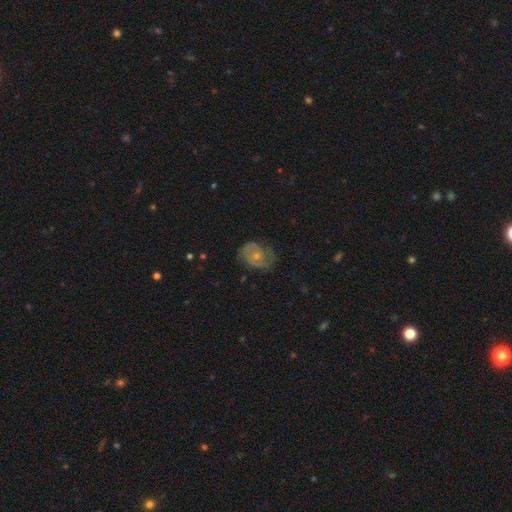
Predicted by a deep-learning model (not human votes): This appears to be a featured or disk galaxy (65%) with no bar (74%), 2 (66%) medium (41%, tied with tight) spiral arms (84%) and a small central bulge (58%). Merging: none (61%).